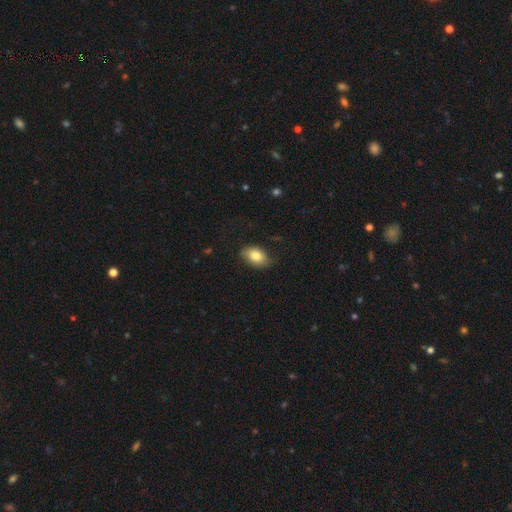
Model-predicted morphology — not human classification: Smooth or featured?
  - smooth: 82% *
  - featured or disk: 10%
  - star or artifact: 7%
How rounded?
  - in between: 86% *
  - round: 13%
  - cigar-shaped: 1%
Merging?
  - none: 77% *
  - minor disturbance: 18%
  - major disturbance: 4%
  - merger: 1%